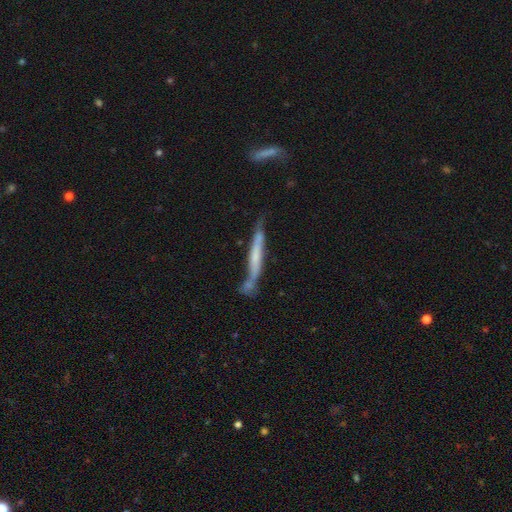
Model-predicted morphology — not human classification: smooth-or-featured: featured or disk: 52% | smooth: 42% | star or artifact: 7%
  disk-edge-on: yes: 86% | no: 14%
  merging: none: 50% | minor disturbance: 21% | merger: 21% | major disturbance: 8%